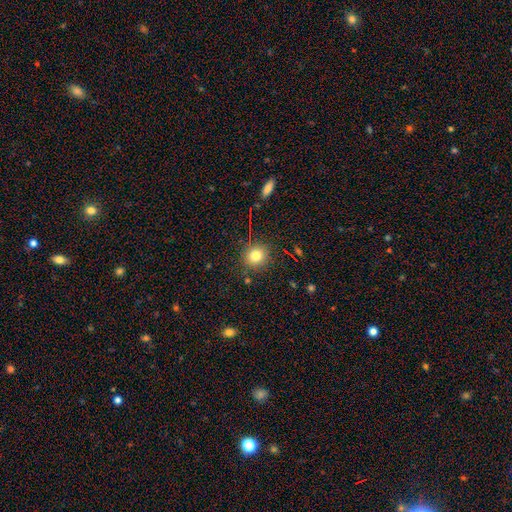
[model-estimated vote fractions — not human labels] smooth_or_featured: smooth (p=0.79) [alt: star or artifact p=0.13]
how_rounded: round (p=0.89) [alt: in between p=0.10]
merging: none (p=0.88) [alt: minor disturbance p=0.08]